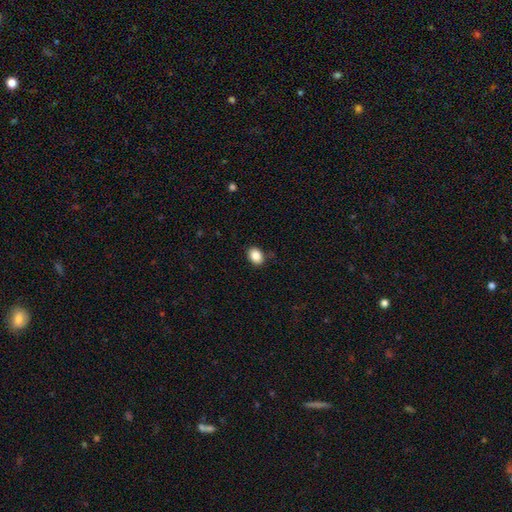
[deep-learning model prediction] Morphology: type=smooth (87%); roundness=in between (64%); merging=none (85%).